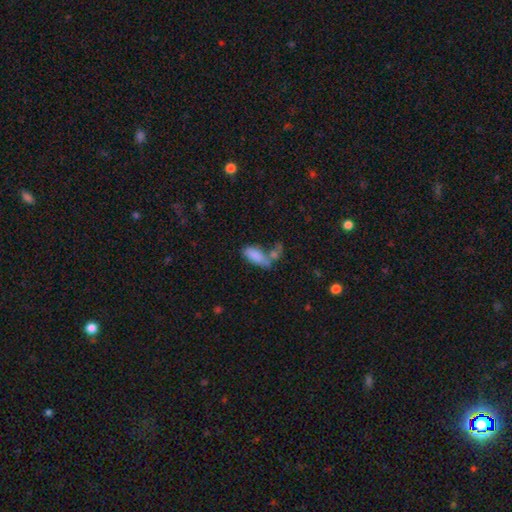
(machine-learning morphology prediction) type=smooth (81%); roundness=in between (81%); merging=merger (39%).